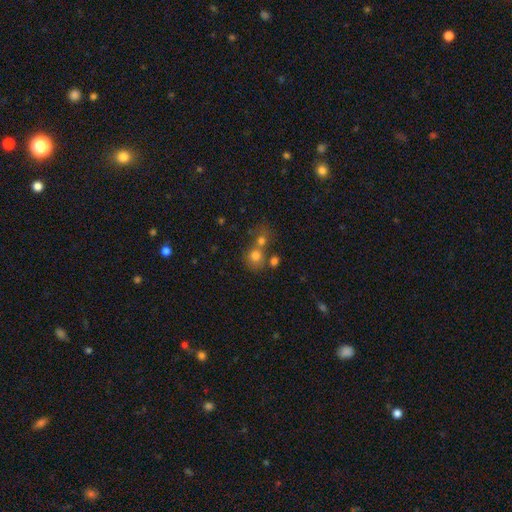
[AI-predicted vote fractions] Smooth or featured? smooth (73%)
How rounded? round (80%)
Merging? merger (46%)